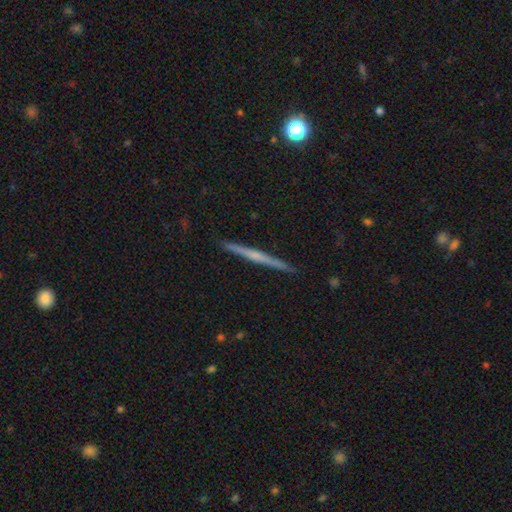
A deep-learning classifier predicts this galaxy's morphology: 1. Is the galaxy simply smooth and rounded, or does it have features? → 67% featured or disk, 27% smooth, 6% star or artifact.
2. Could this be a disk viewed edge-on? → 98% yes, 2% no.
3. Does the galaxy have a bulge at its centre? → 51% none, 41% rounded, 8% boxy.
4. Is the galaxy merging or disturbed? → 92% none, 6% minor disturbance, 1% major disturbance, 1% merger.